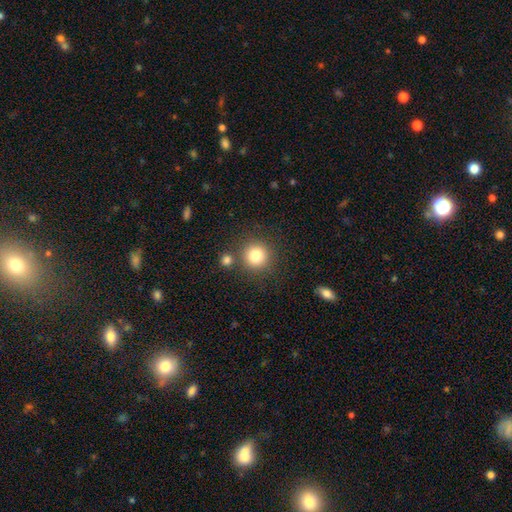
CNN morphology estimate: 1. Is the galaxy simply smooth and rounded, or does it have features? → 82% smooth, 11% star or artifact, 7% featured or disk.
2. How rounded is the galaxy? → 94% round, 5% in between, 1% cigar-shaped.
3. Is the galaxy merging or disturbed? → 81% none, 9% merger, 8% minor disturbance, 3% major disturbance.